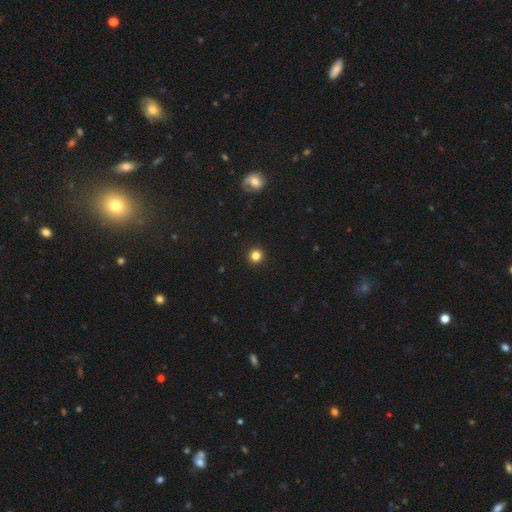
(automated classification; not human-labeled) Smooth or featured? smooth (84%)
How rounded? round (95%)
Merging? none (94%)